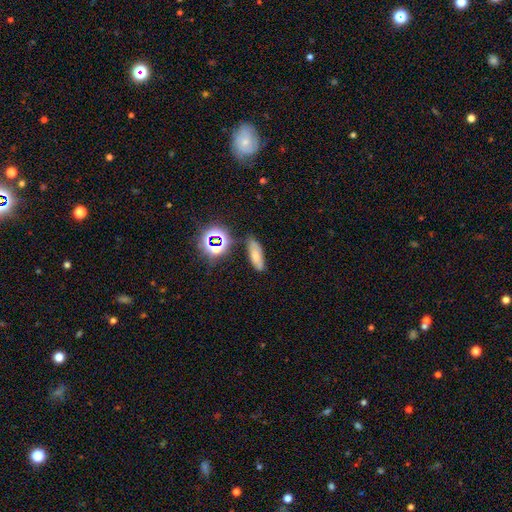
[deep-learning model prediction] Smooth or featured? smooth (61%)
How rounded? in between (64%)
Merging? none (70%)